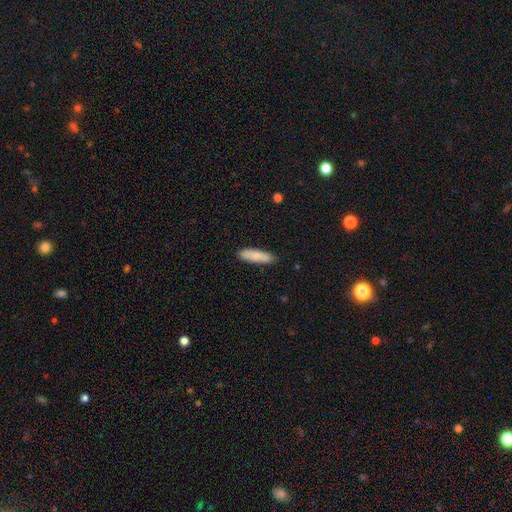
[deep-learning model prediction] Smooth or featured? smooth (86%)
How rounded? cigar-shaped (63%)
Merging? none (85%)